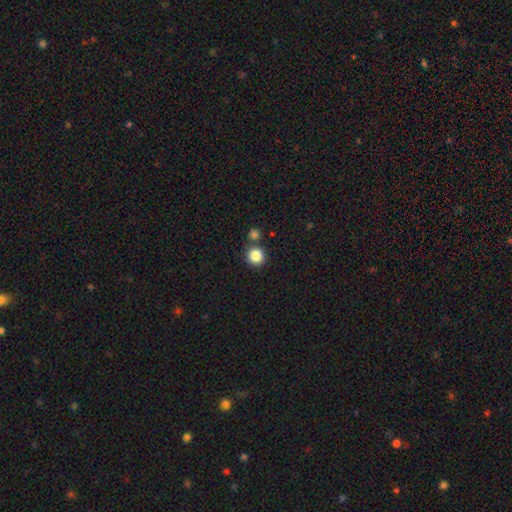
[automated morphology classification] type=smooth (85%); roundness=round (92%); merging=none (74%).